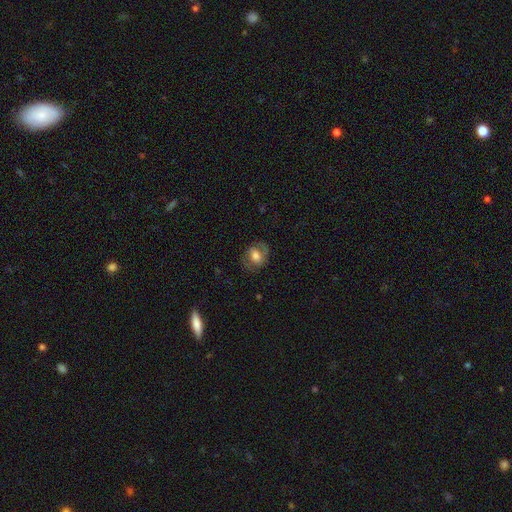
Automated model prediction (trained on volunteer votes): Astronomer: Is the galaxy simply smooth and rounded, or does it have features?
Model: smooth — 49% (runner-up: featured or disk, 43%).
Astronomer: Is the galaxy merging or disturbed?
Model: none — 71%.